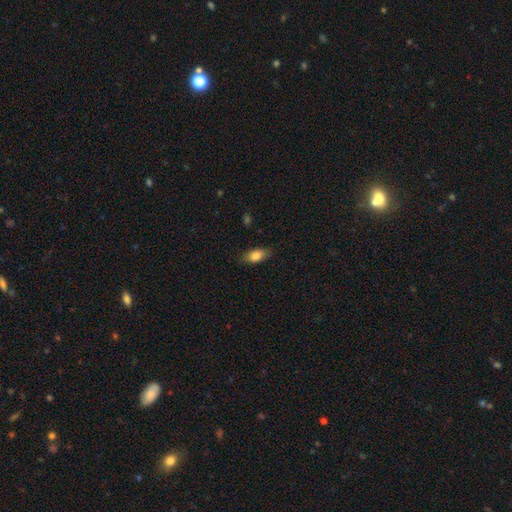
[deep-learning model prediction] Smooth or featured? smooth (82%)
How rounded? in between (85%)
Merging? none (83%)